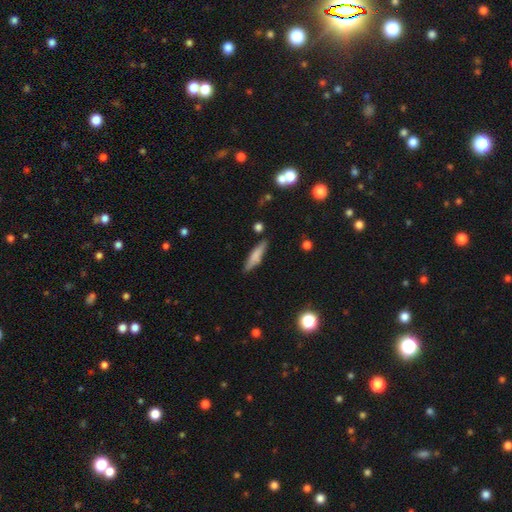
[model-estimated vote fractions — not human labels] A smooth galaxy with no disk features (72%) that is cigar-shaped (78%). Merging: none (83%).